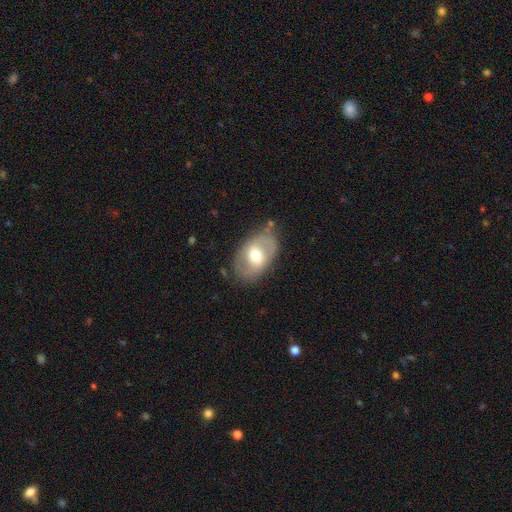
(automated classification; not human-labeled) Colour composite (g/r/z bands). It shows a featured or disk galaxy (50%). Merging: none (73%).